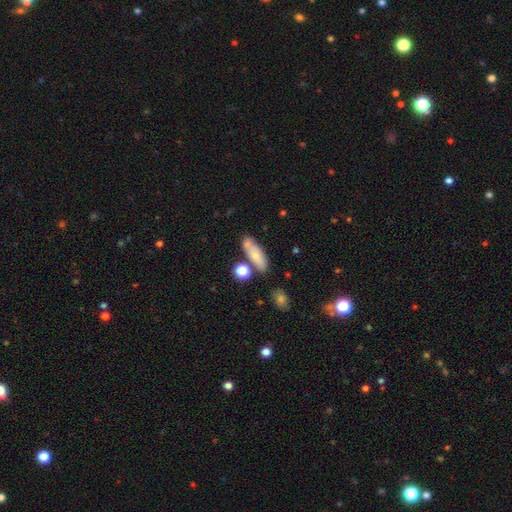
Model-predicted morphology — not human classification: Overall: smooth (71%). How rounded: in between (61%; cigar-shaped 34%). Merging: none (62%).